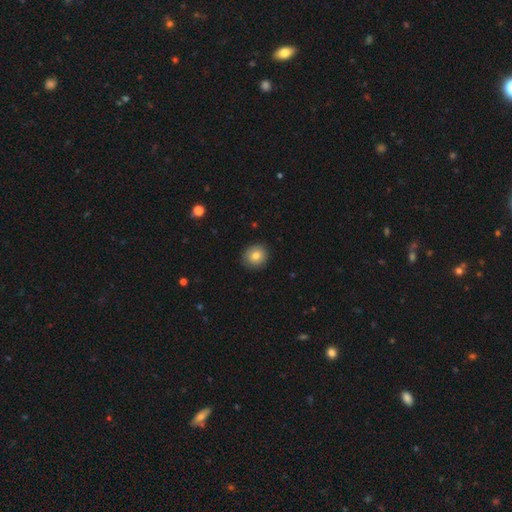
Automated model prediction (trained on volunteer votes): Overall: smooth (80%). How rounded: round (87%). Merging: none (89%).